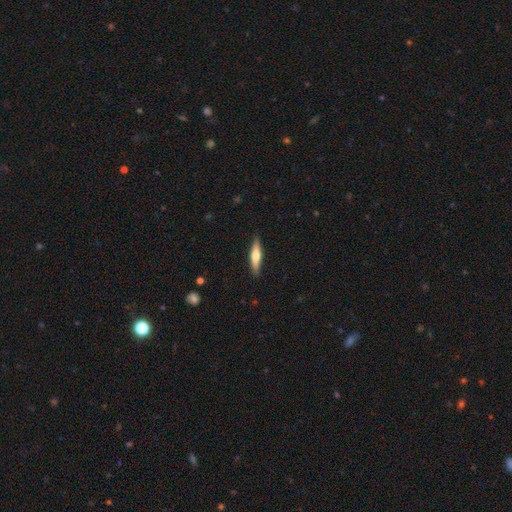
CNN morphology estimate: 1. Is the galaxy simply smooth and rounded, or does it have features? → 50% smooth, 44% featured or disk, 5% star or artifact.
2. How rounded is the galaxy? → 81% cigar-shaped, 17% in between, 2% round.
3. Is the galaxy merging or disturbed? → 88% none, 9% minor disturbance, 2% major disturbance, 1% merger.